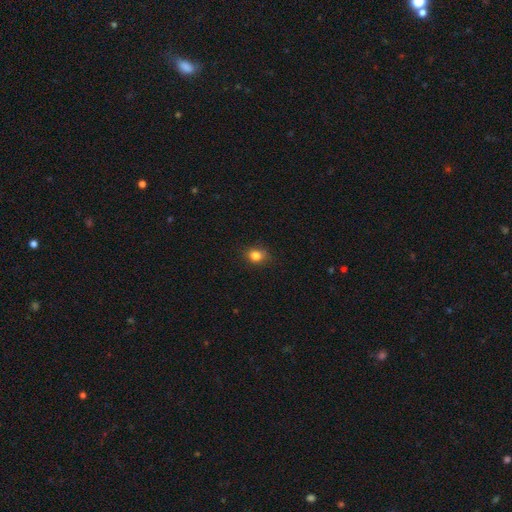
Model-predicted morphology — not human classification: smooth 83%, star or artifact 12%, featured or disk 5%. Down the decision tree: how rounded — round (61%); merging — none (84%).